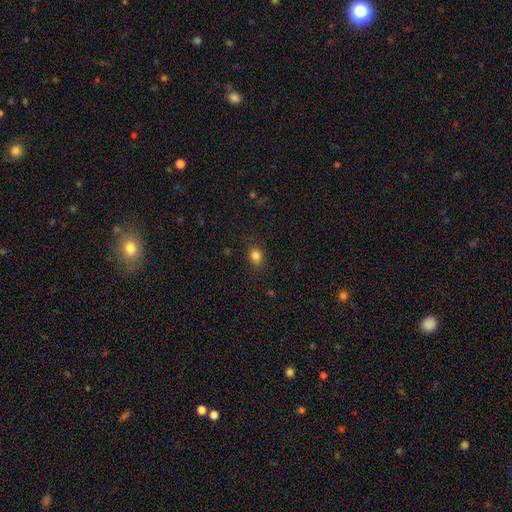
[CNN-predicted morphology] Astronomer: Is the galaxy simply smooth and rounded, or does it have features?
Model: smooth — 84%.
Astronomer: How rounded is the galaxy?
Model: round — 54% (runner-up: in between, 45%).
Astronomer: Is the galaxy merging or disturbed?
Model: none — 85%.